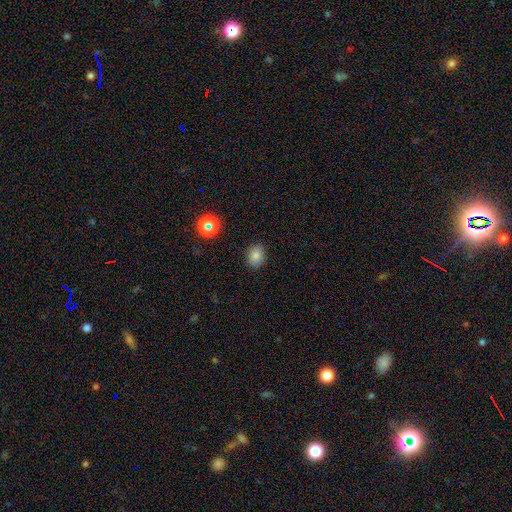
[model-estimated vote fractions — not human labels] Q: Smooth or featured?
A: smooth (80%); runner-up: star or artifact (13%)
Q: How rounded?
A: in between (51%); runner-up: round (48%)
Q: Merging?
A: none (84%); runner-up: minor disturbance (12%)